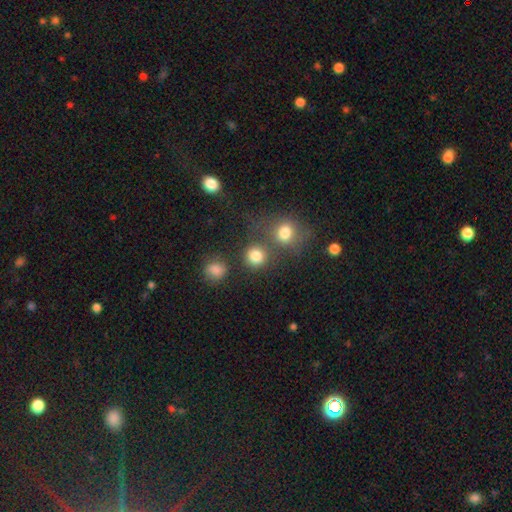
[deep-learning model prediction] This appears to be a smooth galaxy with no disk features (82%) that is round (88%). Merging: none (63%).